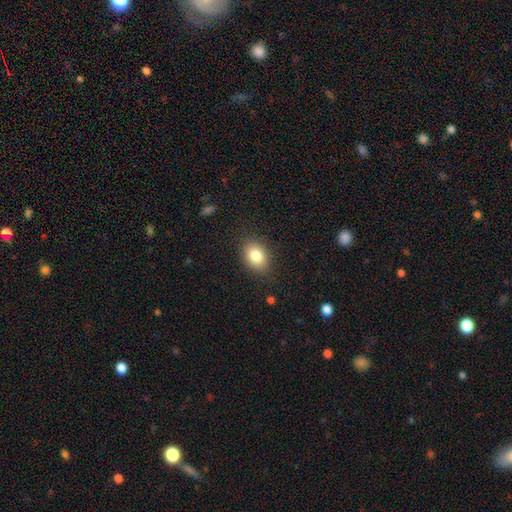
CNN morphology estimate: This appears to be a smooth galaxy with no disk features (83%) that is in between round and cigar-shaped (76%). Merging: none (86%).